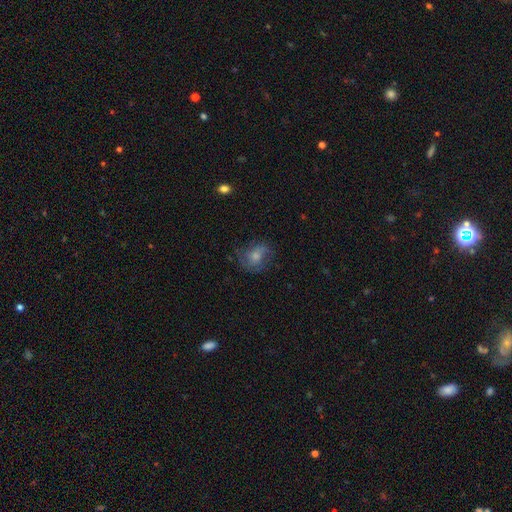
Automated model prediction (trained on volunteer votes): This appears to be a smooth galaxy with no disk features (47%). Merging: none (58%).